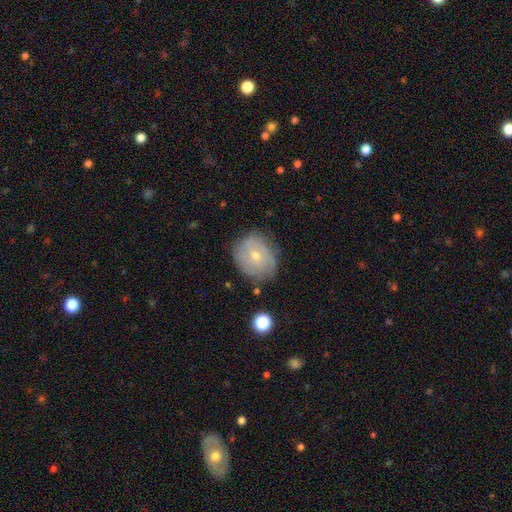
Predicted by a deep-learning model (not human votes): Q: Smooth or featured?
A: featured or disk (55%); runner-up: smooth (37%)
Q: Edge-on disk?
A: no (96%); runner-up: yes (4%)
Q: Bar?
A: no (74%); runner-up: weak (22%)
Q: Spiral arms?
A: yes (70%); runner-up: no (30%)
Q: Bulge size?
A: small (61%); runner-up: moderate (36%)
Q: Merging?
A: none (71%); runner-up: minor disturbance (21%)